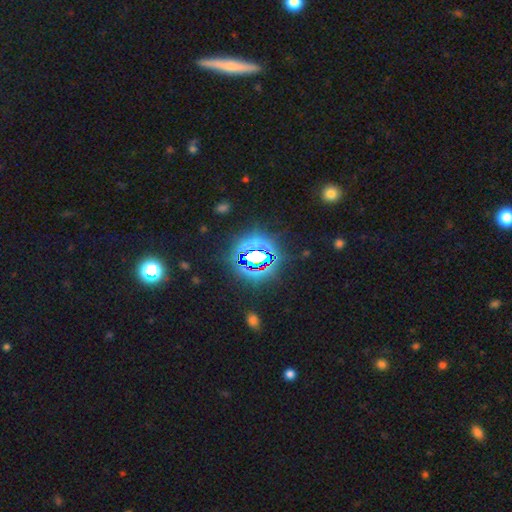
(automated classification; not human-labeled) This appears to be a star or artifact, not a galaxy (76%).